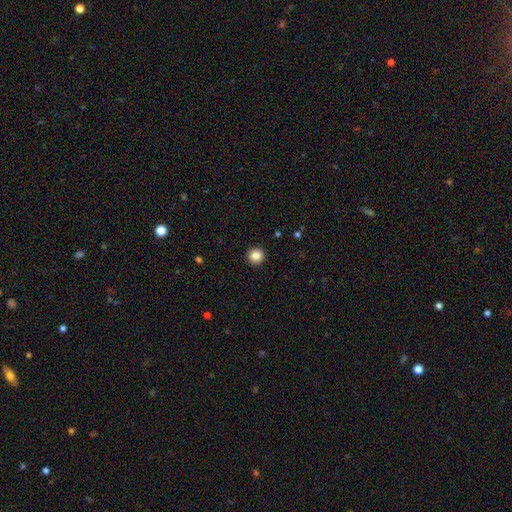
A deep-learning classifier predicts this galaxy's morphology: Overall: smooth (85%). How rounded: round (95%). Merging: none (93%).